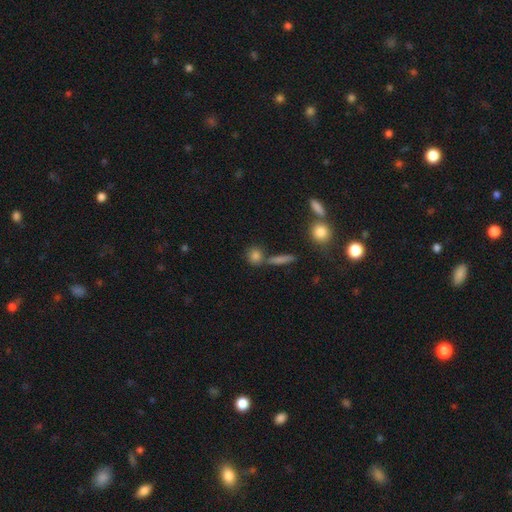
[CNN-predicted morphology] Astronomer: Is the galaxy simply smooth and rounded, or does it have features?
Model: smooth — 80%.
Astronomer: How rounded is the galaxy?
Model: round — 74%.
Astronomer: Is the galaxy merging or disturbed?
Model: none — 65%.